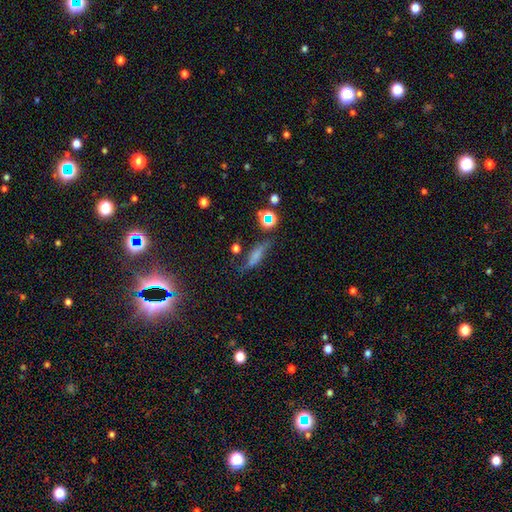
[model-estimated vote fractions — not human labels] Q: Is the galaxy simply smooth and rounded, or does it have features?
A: smooth — 50%.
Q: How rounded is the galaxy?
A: cigar-shaped — 55%.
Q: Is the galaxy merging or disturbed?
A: none — 52%.